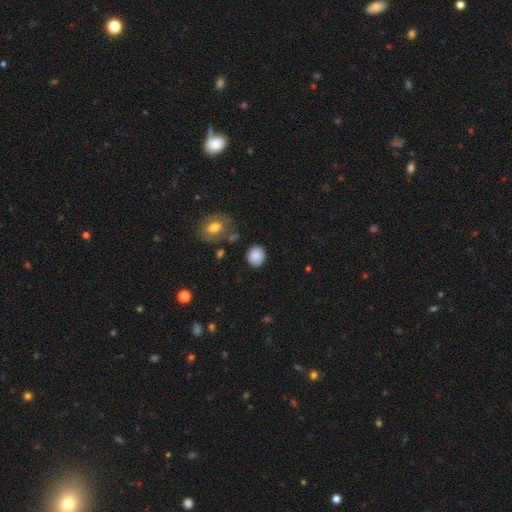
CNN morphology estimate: smooth 86%, star or artifact 8%, featured or disk 6%. Down the decision tree: how rounded — round (63%); merging — none (84%).